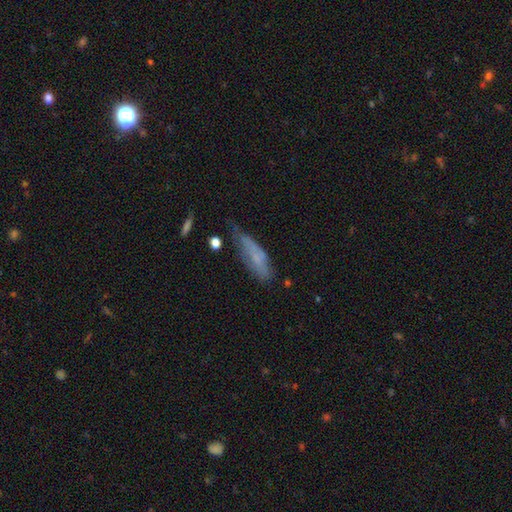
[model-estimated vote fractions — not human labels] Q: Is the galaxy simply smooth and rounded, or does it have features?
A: smooth — 58%.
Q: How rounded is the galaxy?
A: cigar-shaped — 57%.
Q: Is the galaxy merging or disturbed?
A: none — 43%.